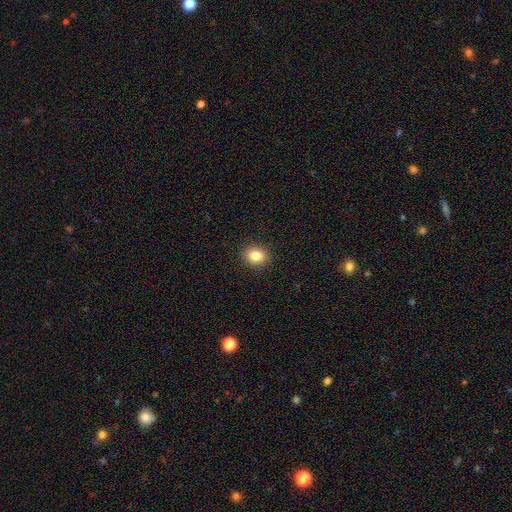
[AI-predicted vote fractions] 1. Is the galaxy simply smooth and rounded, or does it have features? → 83% smooth, 10% star or artifact, 6% featured or disk.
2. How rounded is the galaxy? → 60% round, 39% in between, 1% cigar-shaped.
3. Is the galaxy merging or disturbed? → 91% none, 6% minor disturbance, 2% major disturbance, 1% merger.